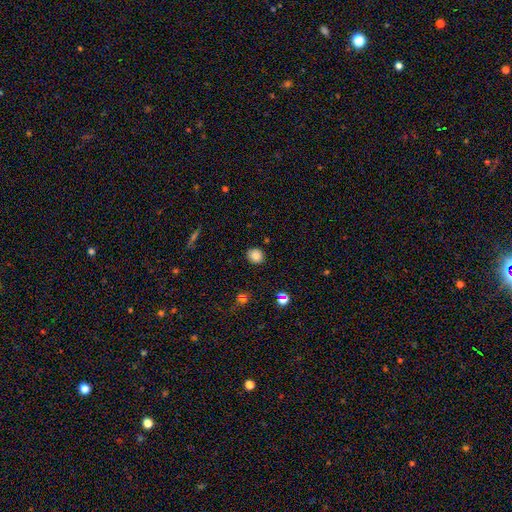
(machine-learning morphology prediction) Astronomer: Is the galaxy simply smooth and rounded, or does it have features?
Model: smooth — 83%.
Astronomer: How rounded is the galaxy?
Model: round — 83%.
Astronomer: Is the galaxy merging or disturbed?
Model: none — 88%.